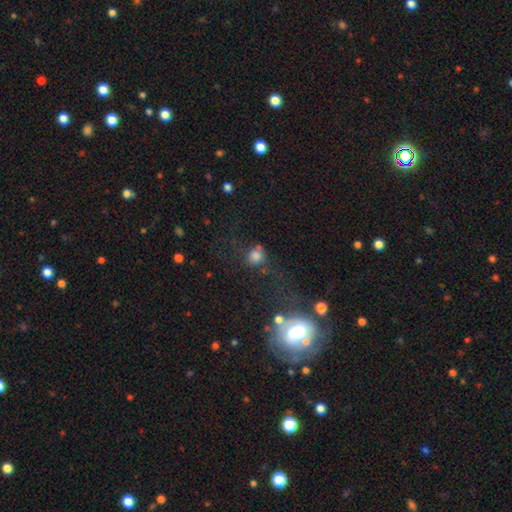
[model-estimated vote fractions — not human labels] A smooth galaxy with no disk features (74%) that is round (78%).

Vote fractions:
- Smooth or featured? smooth: 74% / star or artifact: 17% / featured or disk: 9%
- How rounded? round: 78% / in between: 20% / cigar-shaped: 2%
- Merging? none: 57% / minor disturbance: 18% / major disturbance: 14% / merger: 12%